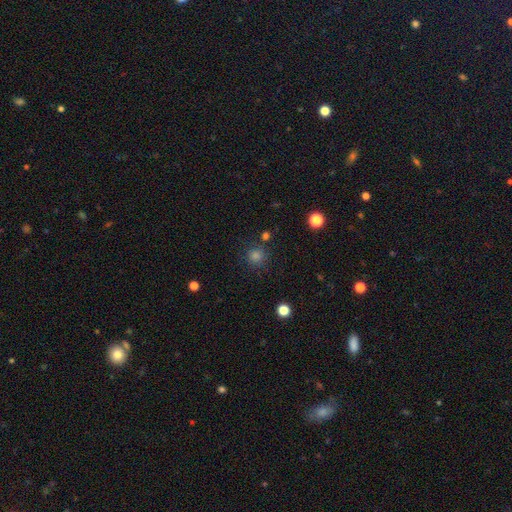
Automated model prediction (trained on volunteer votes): Smooth or featured: smooth — 73% (star or artifact — 21%)
How rounded: round — 94% (in between — 5%)
Merging: none — 84% (minor disturbance — 8%)